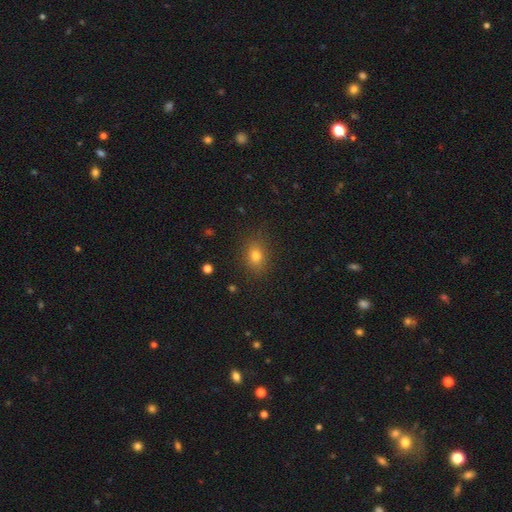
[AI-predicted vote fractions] smooth-or-featured: smooth: 76% | star or artifact: 15% | featured or disk: 9%
  how-rounded: round: 51% | in between: 48% | cigar-shaped: 1%
  merging: none: 86% | minor disturbance: 10% | major disturbance: 3% | merger: 1%